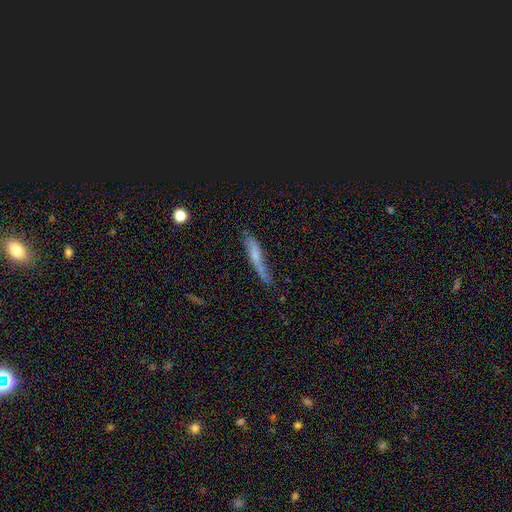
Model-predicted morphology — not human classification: smooth-or-featured: smooth: 51% | featured or disk: 40% | star or artifact: 9%
  how-rounded: cigar-shaped: 87% | in between: 11% | round: 2%
  merging: none: 54% | minor disturbance: 28% | major disturbance: 12% | merger: 6%